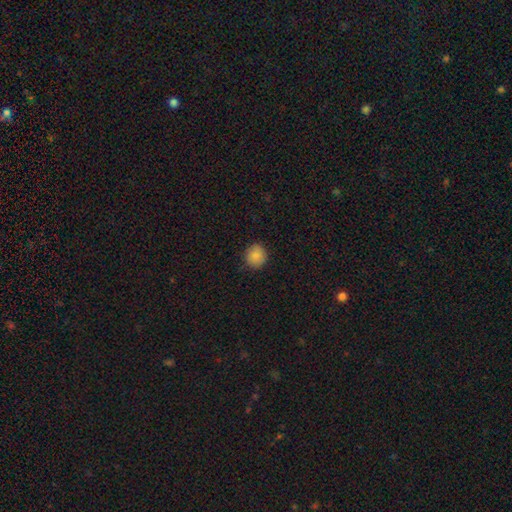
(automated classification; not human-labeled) Smooth or featured: smooth — 84% (star or artifact — 10%)
How rounded: round — 87% (in between — 12%)
Merging: none — 87% (minor disturbance — 10%)